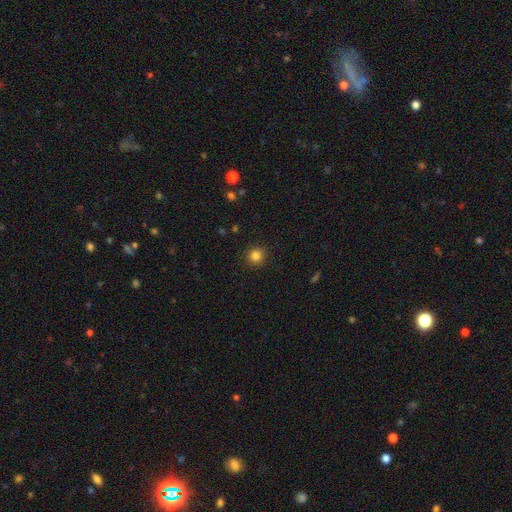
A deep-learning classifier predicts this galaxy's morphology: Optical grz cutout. It shows a smooth galaxy with no disk features (83%) that is round (94%). Merging: none (92%).